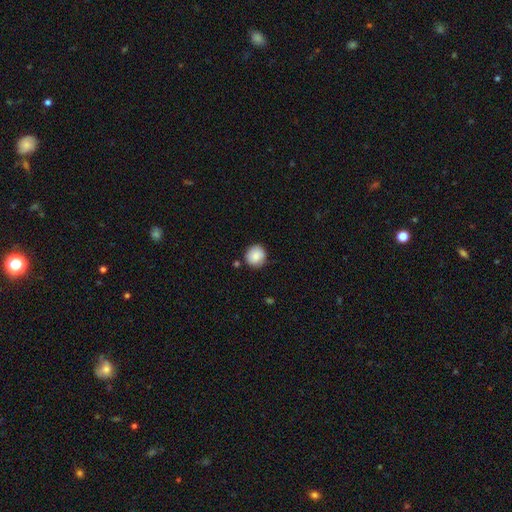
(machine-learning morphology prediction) Smooth or featured?
  - smooth: 85% *
  - star or artifact: 8%
  - featured or disk: 7%
How rounded?
  - round: 88% *
  - in between: 11%
  - cigar-shaped: 1%
Merging?
  - none: 80% *
  - minor disturbance: 14%
  - merger: 3%
  - major disturbance: 3%